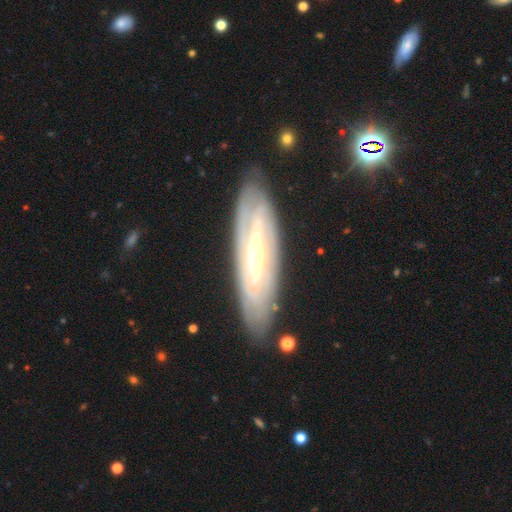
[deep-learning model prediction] Smooth or featured?
  - featured or disk: 83% *
  - smooth: 11%
  - star or artifact: 5%
Edge-on disk?
  - no: 76% *
  - yes: 24%
Bar?
  - strong: 39% *
  - weak: 32%
  - no: 29%
Spiral arms?
  - yes: 86% *
  - no: 14%
Spiral winding?
  - tight: 72% *
  - medium: 22%
  - loose: 6%
Spiral arm count?
  - can't tell: 50% *
  - 2: 27%
  - 3: 9%
  - 4: 5%
  - more than 4: 4%
  - 1: 4%
Bulge size?
  - moderate: 47% * (tied)
  - small: 47% * (tied)
  - large: 3%
  - none: 1%
  - dominant: 1%
Merging?
  - none: 82% *
  - minor disturbance: 13%
  - major disturbance: 3%
  - merger: 2%